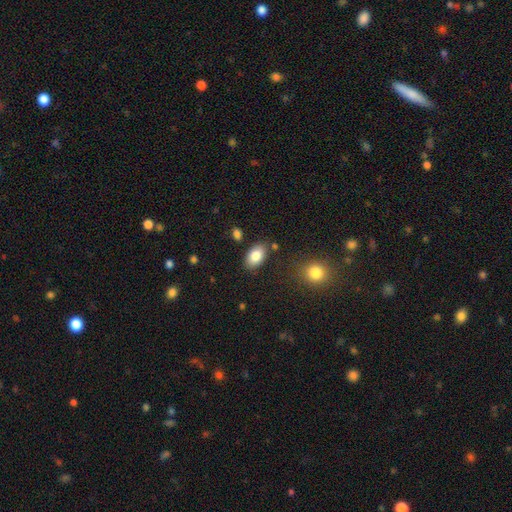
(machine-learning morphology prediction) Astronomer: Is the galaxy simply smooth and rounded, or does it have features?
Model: smooth — 84%.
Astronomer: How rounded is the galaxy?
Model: in between — 92%.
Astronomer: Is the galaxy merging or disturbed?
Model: none — 82%.